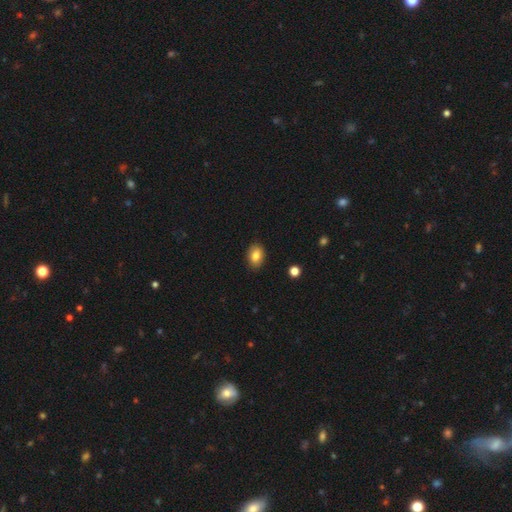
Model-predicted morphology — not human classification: Smooth or featured? Predicted: smooth (p=0.82). How rounded? Predicted: in between (p=0.79). Merging? Predicted: none (p=0.87).